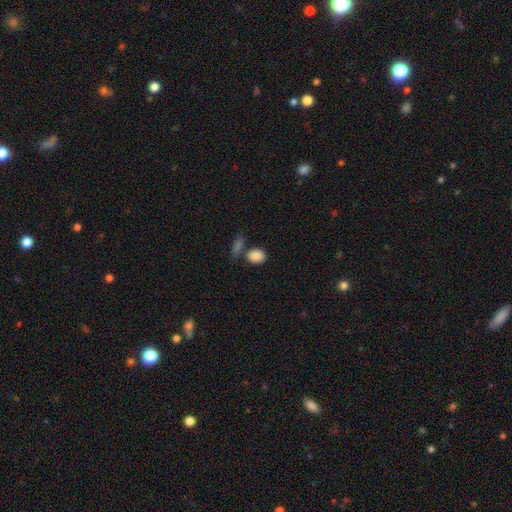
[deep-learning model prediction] This is clearly a smooth galaxy (87%). How rounded: likely in between (64%). Merging: likely none (62%).